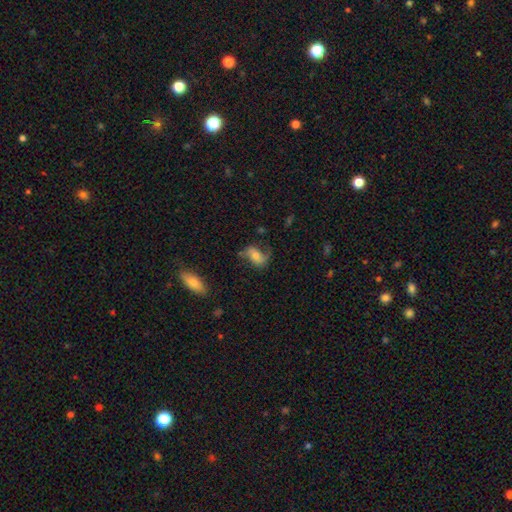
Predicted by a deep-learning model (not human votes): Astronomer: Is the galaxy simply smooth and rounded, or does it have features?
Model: featured or disk — 57% (runner-up: smooth, 34%).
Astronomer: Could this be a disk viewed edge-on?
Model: no — 95%.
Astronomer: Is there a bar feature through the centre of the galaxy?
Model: no — 54% (runner-up: weak, 32%).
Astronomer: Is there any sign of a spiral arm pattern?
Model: yes — 87%.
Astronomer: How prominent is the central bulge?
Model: moderate — 53% (runner-up: small, 33%).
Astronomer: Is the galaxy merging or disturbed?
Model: none — 56%.